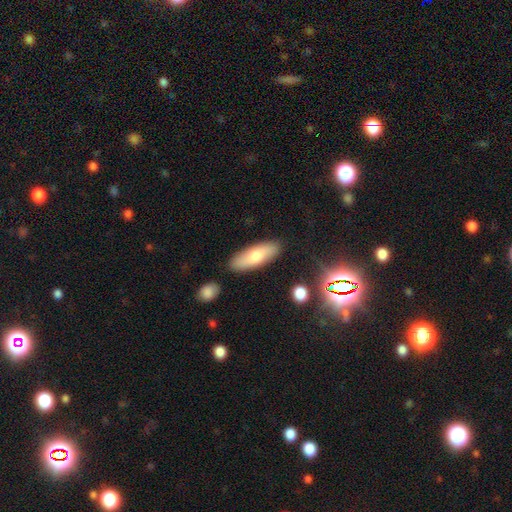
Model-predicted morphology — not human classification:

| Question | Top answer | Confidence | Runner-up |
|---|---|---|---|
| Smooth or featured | smooth | 69% | featured or disk (24%) |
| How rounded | in between | 63% | cigar-shaped (35%) |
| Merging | none | 85% | minor disturbance (10%) |